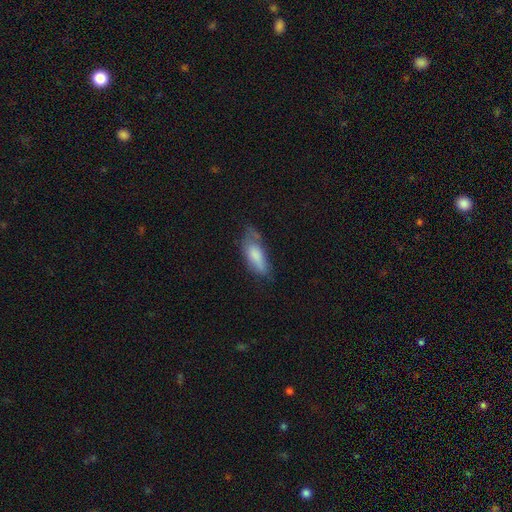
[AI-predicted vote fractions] Q: Smooth or featured?
A: smooth (74%); runner-up: featured or disk (19%)
Q: How rounded?
A: in between (70%); runner-up: cigar-shaped (28%)
Q: Merging?
A: none (44%); runner-up: minor disturbance (36%)